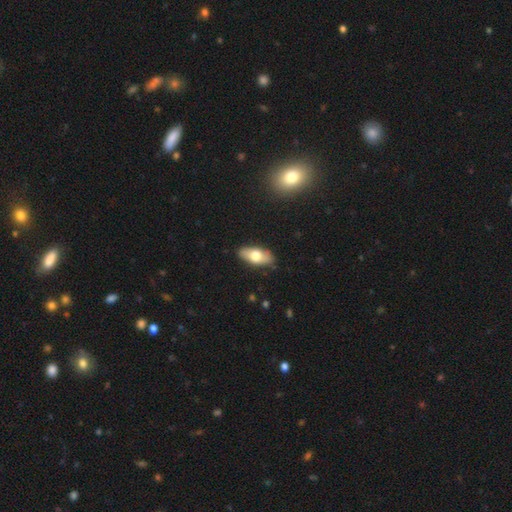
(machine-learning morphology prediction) smooth 66%, featured or disk 28%, star or artifact 6%. Down the decision tree: how rounded — in between (85%); merging — none (85%).